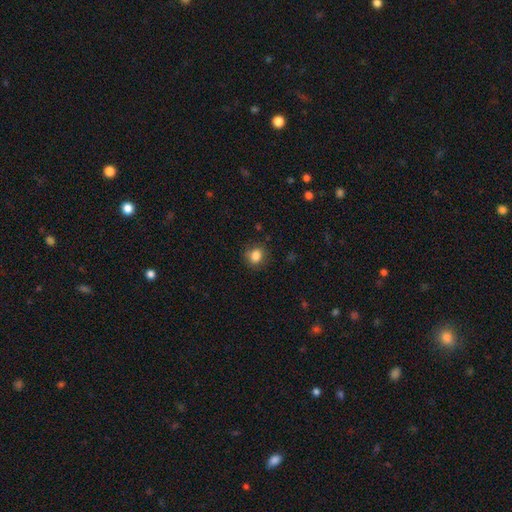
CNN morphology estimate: Smooth or featured? Predicted: smooth (p=0.84). How rounded? Predicted: round (p=0.66). Merging? Predicted: none (p=0.82).